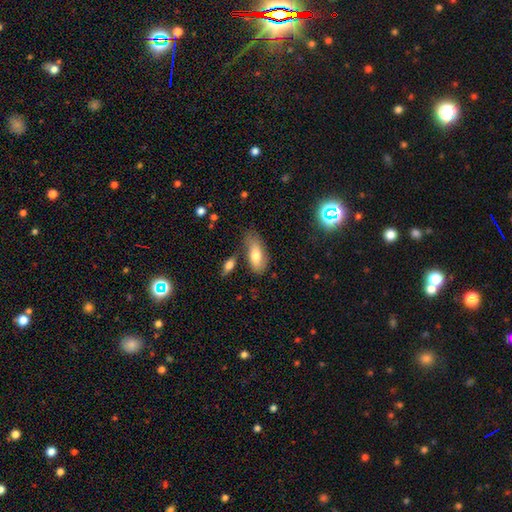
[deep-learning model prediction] Overall: smooth (71%). How rounded: in between (84%). Merging: none (61%; minor disturbance 23%).